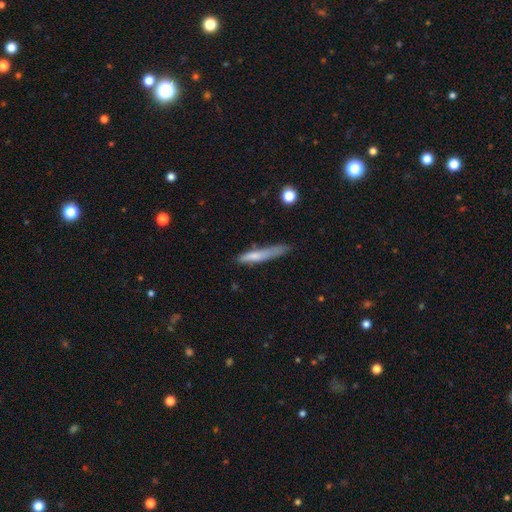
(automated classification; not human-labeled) Smooth or featured? smooth (69%)
How rounded? cigar-shaped (91%)
Merging? none (56%)